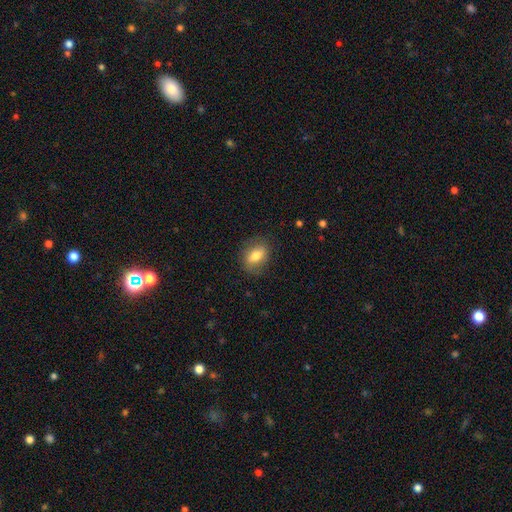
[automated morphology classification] A smooth galaxy with no disk features (73%) that is in between round and cigar-shaped (74%).

Vote fractions:
- Smooth or featured? smooth: 73% / featured or disk: 20% / star or artifact: 8%
- How rounded? in between: 74% / round: 24% / cigar-shaped: 2%
- Merging? none: 79% / minor disturbance: 15% / major disturbance: 5% / merger: 1%